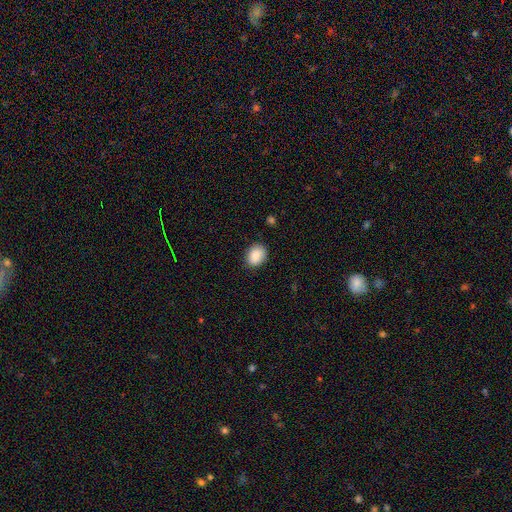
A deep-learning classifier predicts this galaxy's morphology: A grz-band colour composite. It shows a smooth galaxy with no disk features (88%) that is in between round and cigar-shaped (58%). Merging: none (83%).